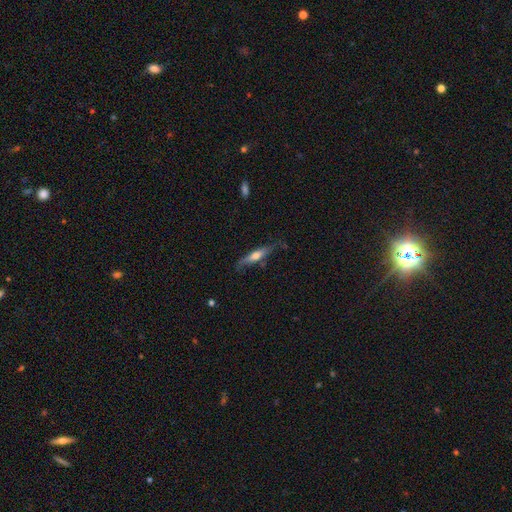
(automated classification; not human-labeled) The model was most divided on "smooth or featured": featured or disk: 50%, smooth: 44%, star or artifact: 6%. More confident: merging — none (71%).